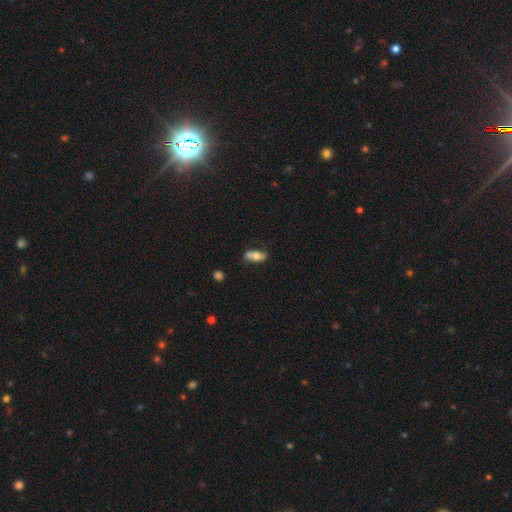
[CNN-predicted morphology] A smooth galaxy with no disk features (63%) that is in between round and cigar-shaped (81%). Merging: none (54%).